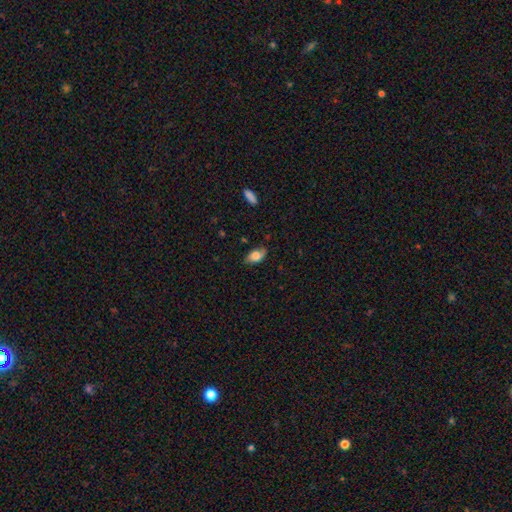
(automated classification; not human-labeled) This appears to be a smooth galaxy with no disk features (64%) that is in between round and cigar-shaped (90%). Merging: none (65%).